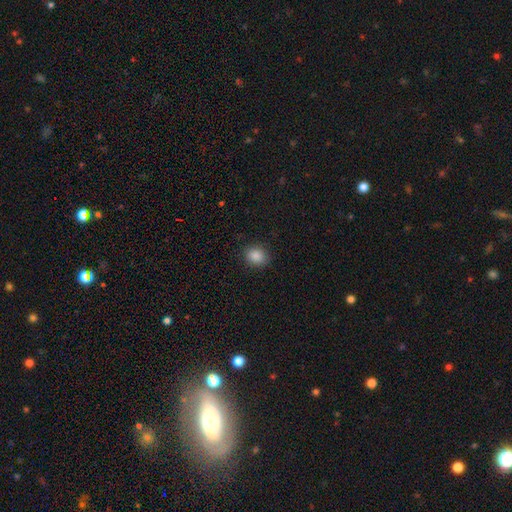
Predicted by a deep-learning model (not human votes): smooth-or-featured: smooth: 86% | star or artifact: 10% | featured or disk: 4%
  how-rounded: round: 61% | in between: 38% | cigar-shaped: 1%
  merging: none: 88% | minor disturbance: 8% | major disturbance: 2% | merger: 1%